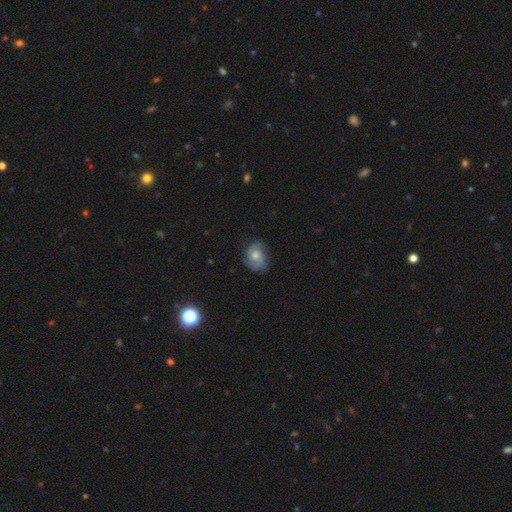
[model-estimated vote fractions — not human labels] Smooth or featured? featured or disk (49%)
Merging? none (65%)